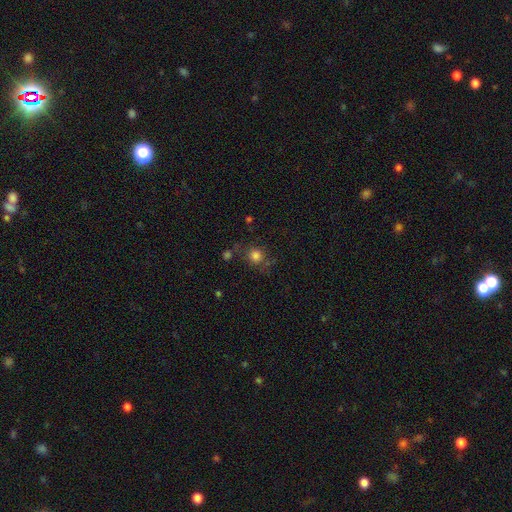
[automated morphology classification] A smooth galaxy with no disk features (77%) that is round (88%).

Vote fractions:
- Smooth or featured? smooth: 77% / star or artifact: 15% / featured or disk: 8%
- How rounded? round: 88% / in between: 11% / cigar-shaped: 1%
- Merging? none: 73% / minor disturbance: 14% / major disturbance: 7% / merger: 6%